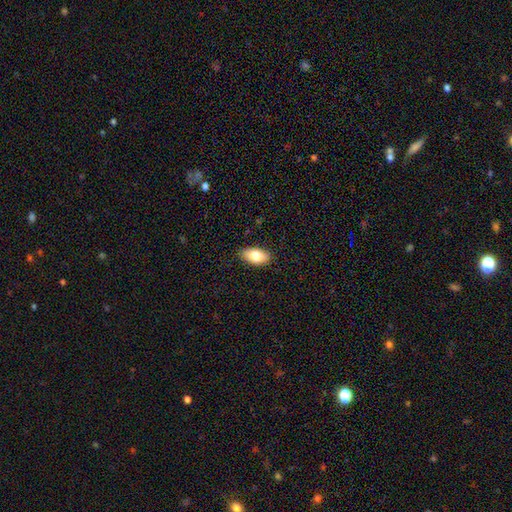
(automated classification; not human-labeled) This appears to be a smooth galaxy with no disk features (81%) that is in between round and cigar-shaped (92%). Merging: none (87%).